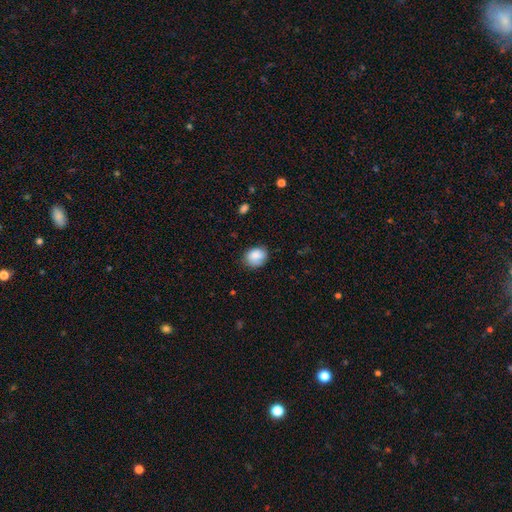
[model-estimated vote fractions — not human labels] Smooth or featured: smooth — 84% (featured or disk — 9%)
How rounded: in between — 53% (round — 46%)
Merging: none — 73% (minor disturbance — 21%)